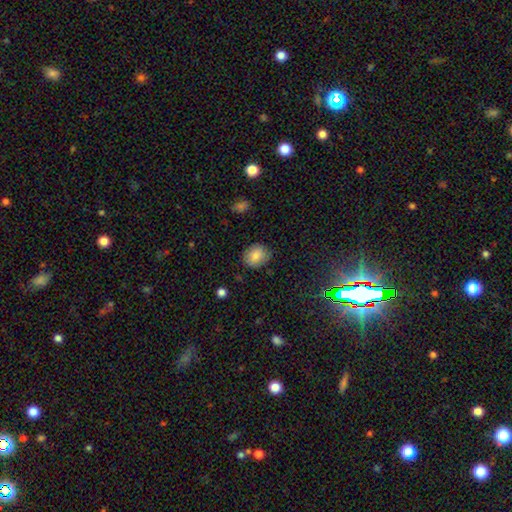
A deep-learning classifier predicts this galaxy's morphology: Overall: smooth (83%). How rounded: round (54%; in between 45%). Merging: none (80%).